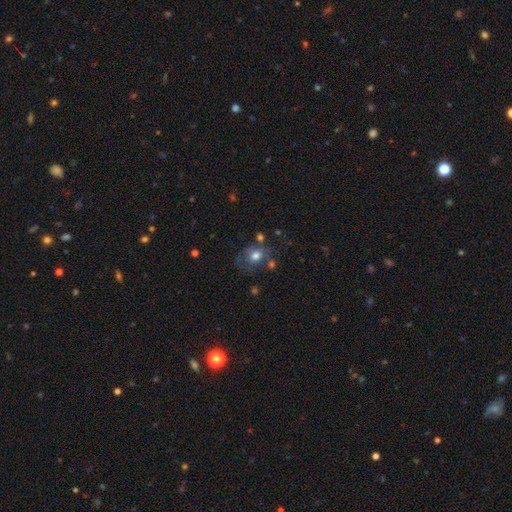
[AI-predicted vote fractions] Smooth or featured?
  - smooth: 67% *
  - featured or disk: 22%
  - star or artifact: 11%
How rounded?
  - round: 61% *
  - in between: 38%
  - cigar-shaped: 1%
Merging?
  - none: 49% *
  - minor disturbance: 23%
  - major disturbance: 16%
  - merger: 12%